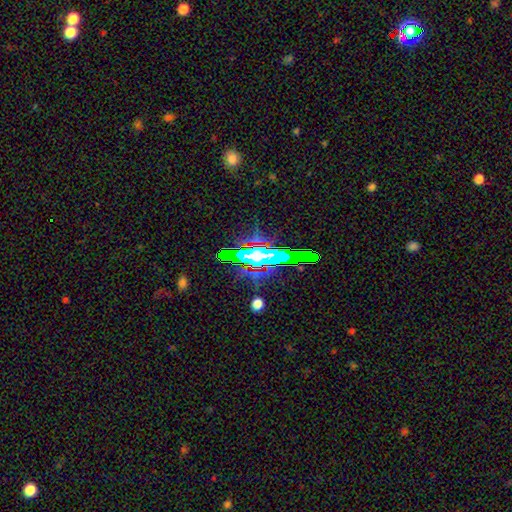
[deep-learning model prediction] Overall: star or artifact (56%; featured or disk 22%).